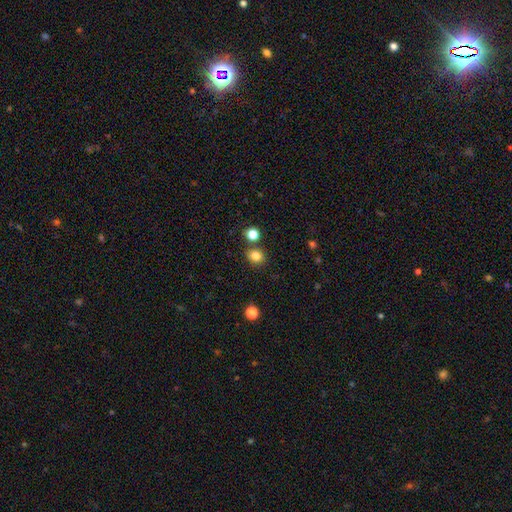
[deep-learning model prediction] smooth-or-featured: smooth: 82% | star or artifact: 13% | featured or disk: 5%
  how-rounded: round: 74% | in between: 25% | cigar-shaped: 1%
  merging: none: 80% | minor disturbance: 9% | merger: 8% | major disturbance: 3%